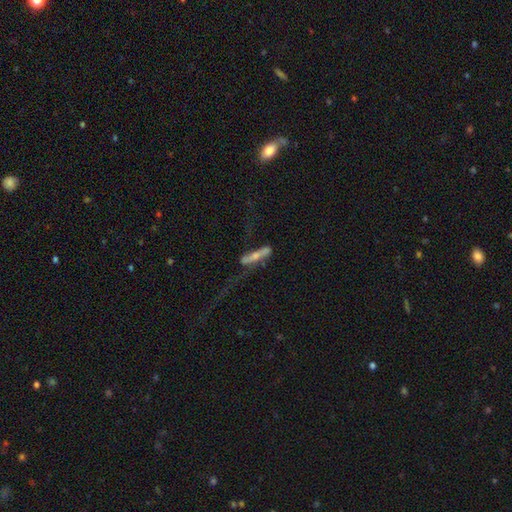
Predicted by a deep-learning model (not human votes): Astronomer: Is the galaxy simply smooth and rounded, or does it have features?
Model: featured or disk — 52% (runner-up: smooth, 41%).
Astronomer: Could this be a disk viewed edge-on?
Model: yes — 64%.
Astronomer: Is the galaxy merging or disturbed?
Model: major disturbance — 38% (runner-up: none, 34%).